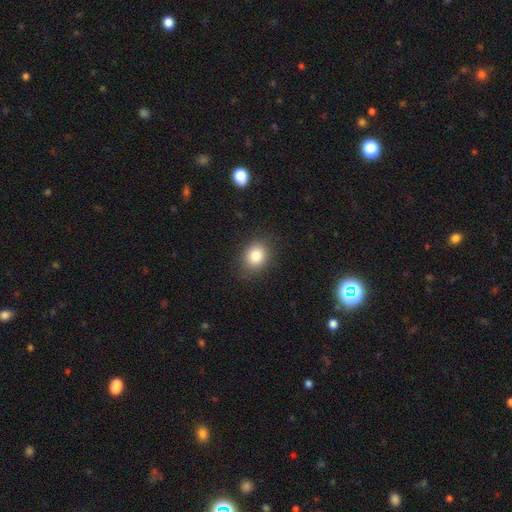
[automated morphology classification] Smooth or featured? Predicted: smooth (p=0.83). How rounded? Predicted: round (p=0.53). Merging? Predicted: none (p=0.85).